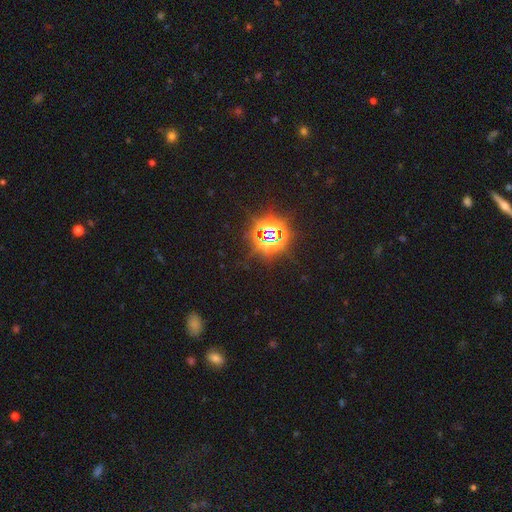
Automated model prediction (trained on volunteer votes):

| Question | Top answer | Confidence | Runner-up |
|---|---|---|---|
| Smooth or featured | star or artifact | 78% | smooth (15%) |